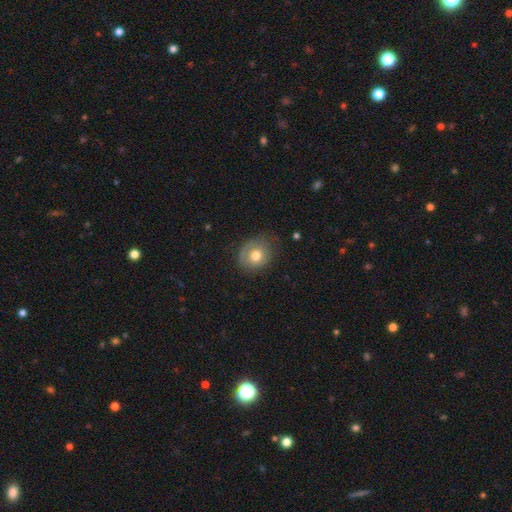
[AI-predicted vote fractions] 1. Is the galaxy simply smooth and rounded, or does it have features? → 69% smooth, 23% featured or disk, 8% star or artifact.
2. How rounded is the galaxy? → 68% round, 31% in between, 1% cigar-shaped.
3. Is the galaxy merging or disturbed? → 64% none, 25% minor disturbance, 9% major disturbance, 1% merger.